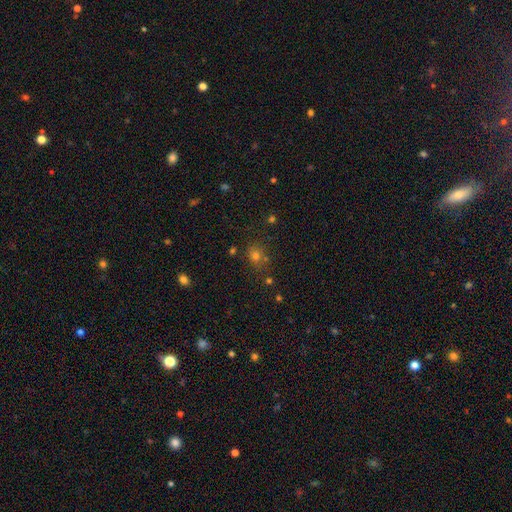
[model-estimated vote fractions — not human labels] A smooth galaxy with no disk features (62%) that is round (72%). Merging: none (74%).